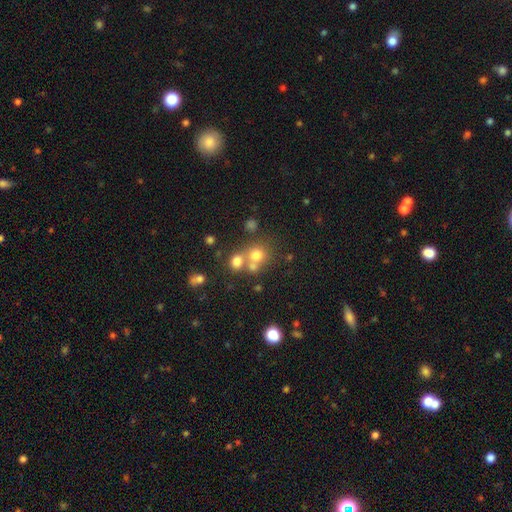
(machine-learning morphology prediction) smooth 63%, star or artifact 22%, featured or disk 15%. Down the decision tree: how rounded — round (83%); merging — none (48%).